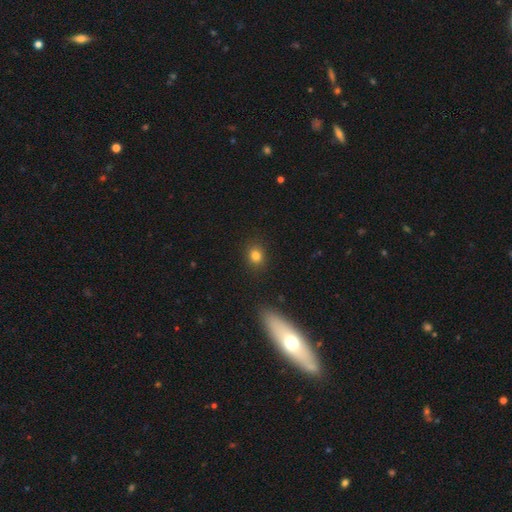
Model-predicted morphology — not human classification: smooth-or-featured: smooth: 82% | star or artifact: 12% | featured or disk: 6%
  how-rounded: round: 63% | in between: 35% | cigar-shaped: 1%
  merging: none: 88% | minor disturbance: 8% | major disturbance: 2% | merger: 1%